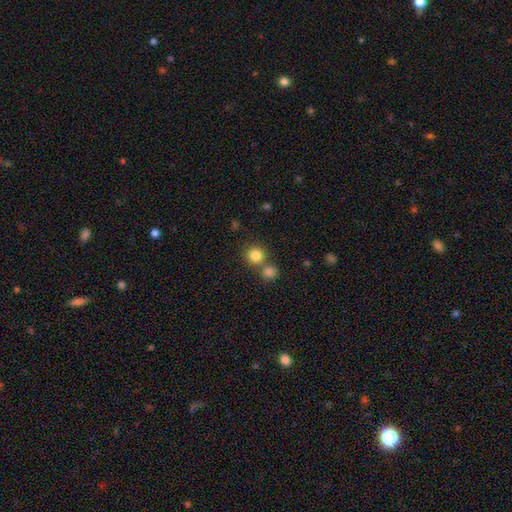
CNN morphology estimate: type=smooth (83%); roundness=round (91%); merging=none (66%).